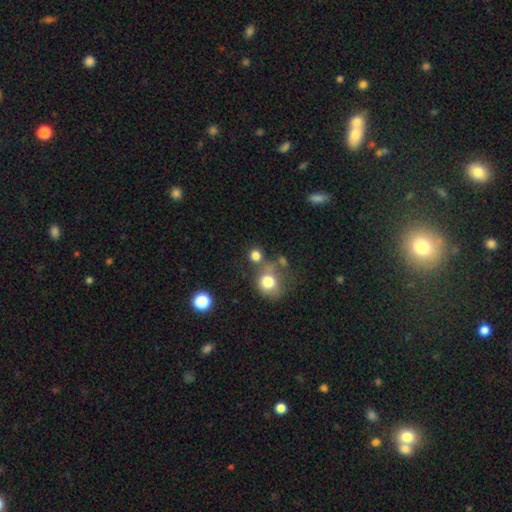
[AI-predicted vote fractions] The model was most divided on "merging": none: 63%, merger: 20%, minor disturbance: 11%, major disturbance: 7%. More confident: how rounded — round (86%); smooth or featured — smooth (77%).